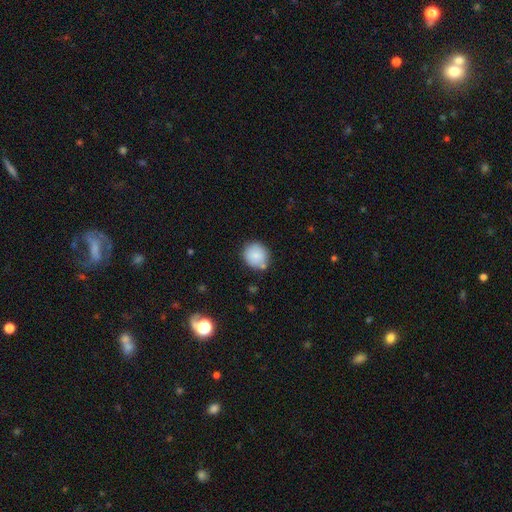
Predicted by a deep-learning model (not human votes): Smooth or featured? smooth (83%)
How rounded? round (83%)
Merging? none (74%)